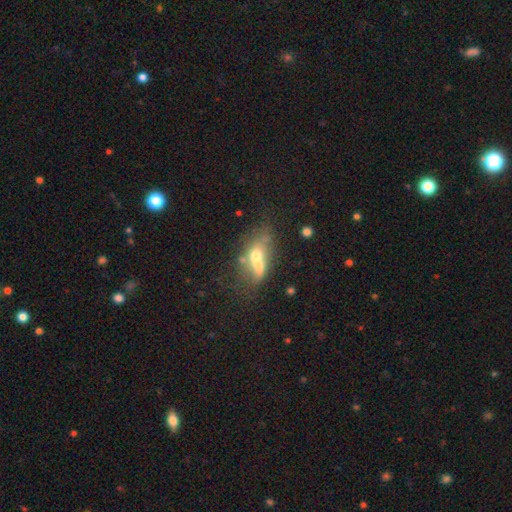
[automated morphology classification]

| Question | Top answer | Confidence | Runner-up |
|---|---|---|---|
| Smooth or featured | featured or disk | 46% | smooth (41%) |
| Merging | merger | 52% | none (23%) |